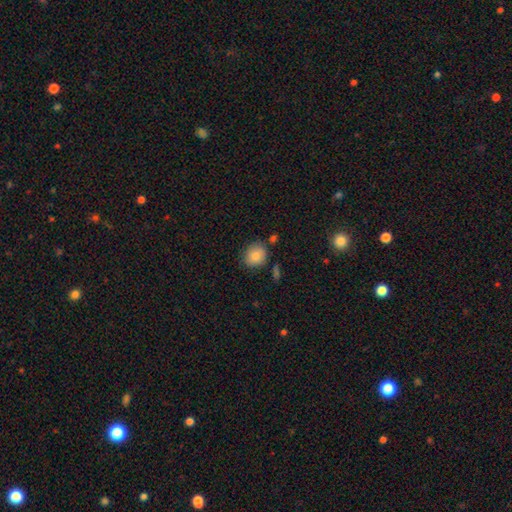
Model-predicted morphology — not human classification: This appears to be a smooth galaxy with no disk features (86%) that is round (70%). Merging: none (73%).